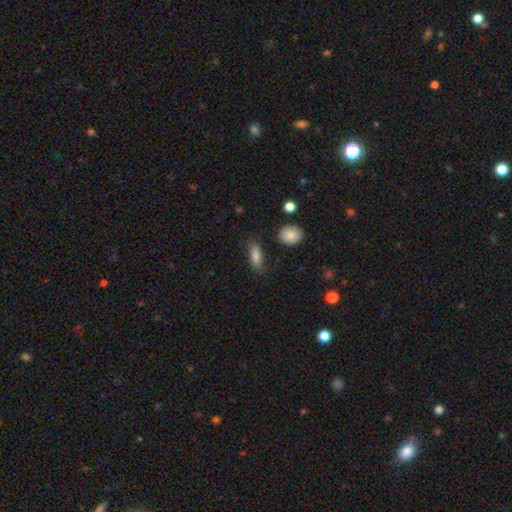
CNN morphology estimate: Q: Smooth or featured?
A: smooth (80%); runner-up: featured or disk (11%)
Q: How rounded?
A: in between (64%); runner-up: cigar-shaped (31%)
Q: Merging?
A: none (76%); runner-up: minor disturbance (16%)